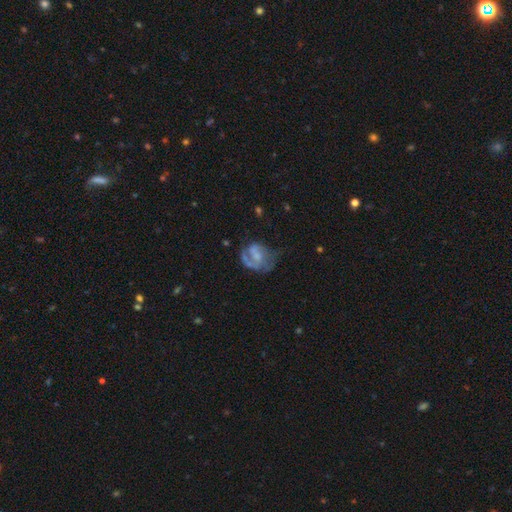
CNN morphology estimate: This appears to be a featured or disk galaxy (59%) with no bar (62%), spiral arms (57%) and a small central bulge (38%). Merging: major disturbance (36%).